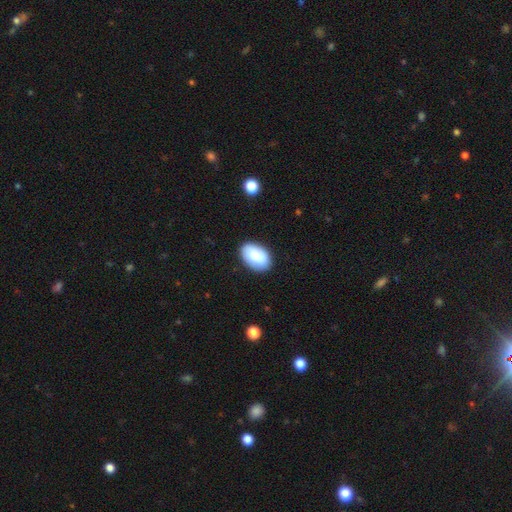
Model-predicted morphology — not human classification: Smooth or featured? smooth (87%)
How rounded? in between (90%)
Merging? none (85%)